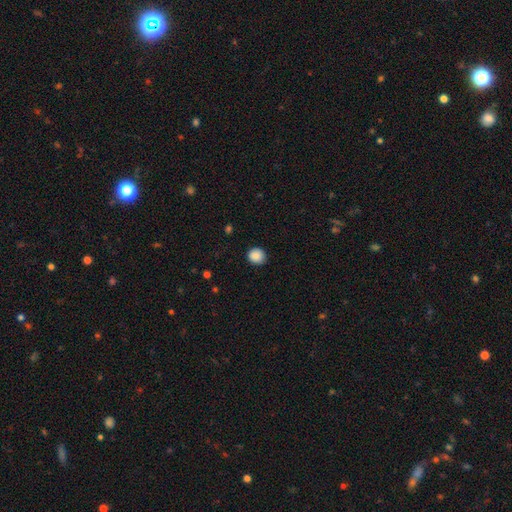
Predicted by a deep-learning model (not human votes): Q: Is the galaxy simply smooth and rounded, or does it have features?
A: smooth — 88%.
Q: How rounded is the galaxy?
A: round — 84%.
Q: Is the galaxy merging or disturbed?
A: none — 87%.